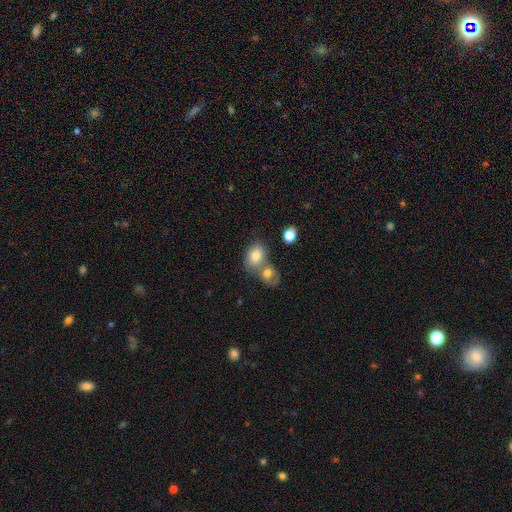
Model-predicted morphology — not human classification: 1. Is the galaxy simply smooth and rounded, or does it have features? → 78% smooth, 13% featured or disk, 9% star or artifact.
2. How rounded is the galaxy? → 65% in between, 33% round, 1% cigar-shaped.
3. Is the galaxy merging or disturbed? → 48% merger, 38% none, 10% minor disturbance, 4% major disturbance.